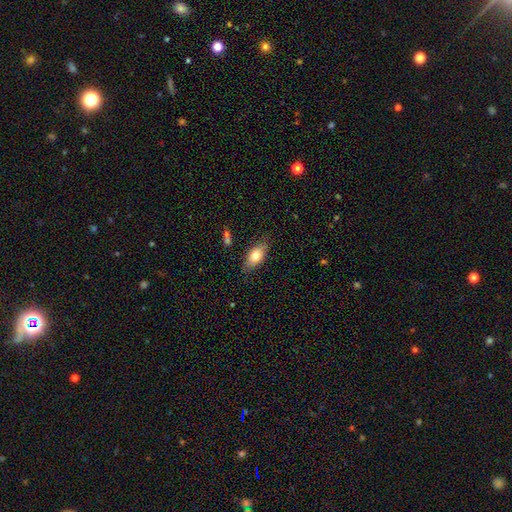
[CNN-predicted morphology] Q: Smooth or featured?
A: smooth (73%); runner-up: featured or disk (20%)
Q: How rounded?
A: in between (85%); runner-up: cigar-shaped (10%)
Q: Merging?
A: none (79%); runner-up: minor disturbance (15%)